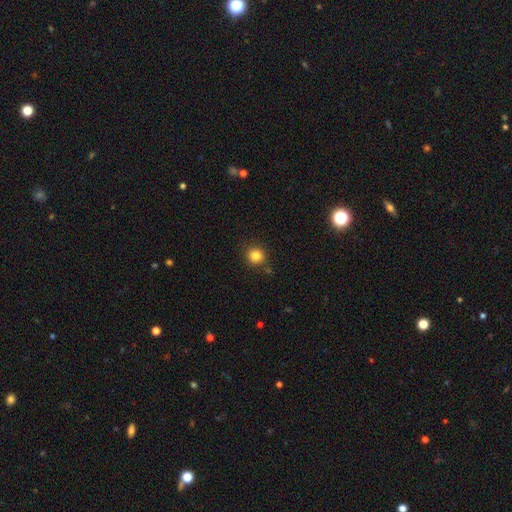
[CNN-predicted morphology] type=smooth (83%); roundness=round (92%); merging=none (86%).